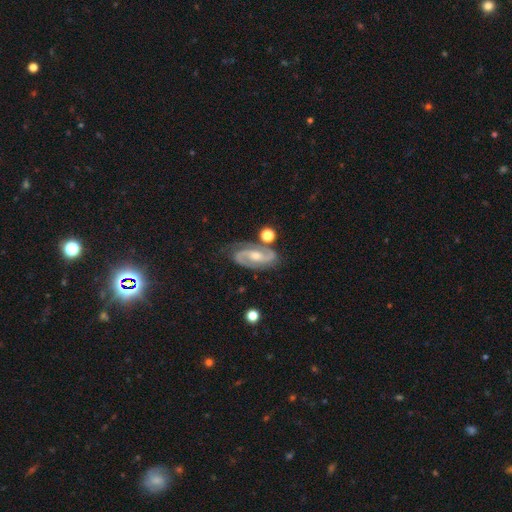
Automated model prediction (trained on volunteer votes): smooth_or_featured: featured or disk (p=0.88) [alt: smooth p=0.06]
disk_edge_on: no (p=0.96) [alt: yes p=0.04]
bar: weak (p=0.40) [alt: no p=0.38]
has_spiral_arms: yes (p=0.98) [alt: no p=0.02]
spiral_winding: medium (p=0.53) [alt: tight p=0.31]
spiral_arm_count: 2 (p=0.92) [alt: can't tell p=0.03]
bulge_size: moderate (p=0.57) [alt: small p=0.36]
merging: none (p=0.76) [alt: minor disturbance p=0.14]